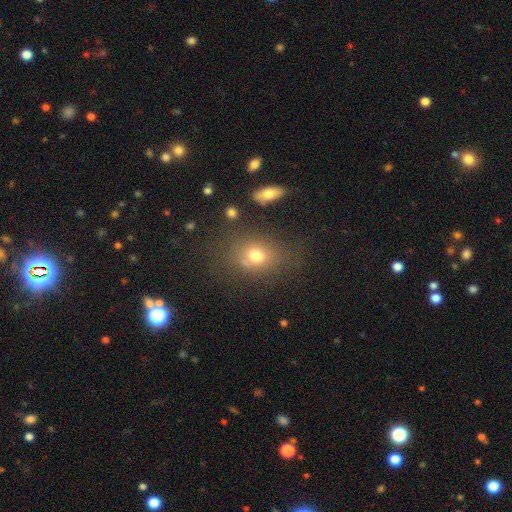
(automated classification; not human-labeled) Smooth or featured: smooth — 72% (featured or disk — 14%)
How rounded: in between — 63% (round — 35%)
Merging: none — 63% (minor disturbance — 18%)